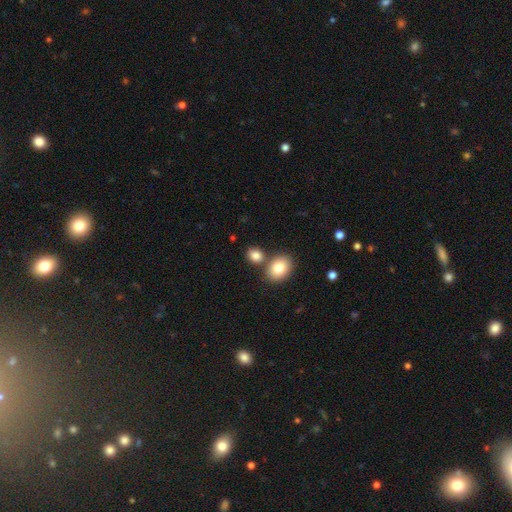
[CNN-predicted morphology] A smooth galaxy with no disk features (82%) that is round (52%). Merging: none (62%).